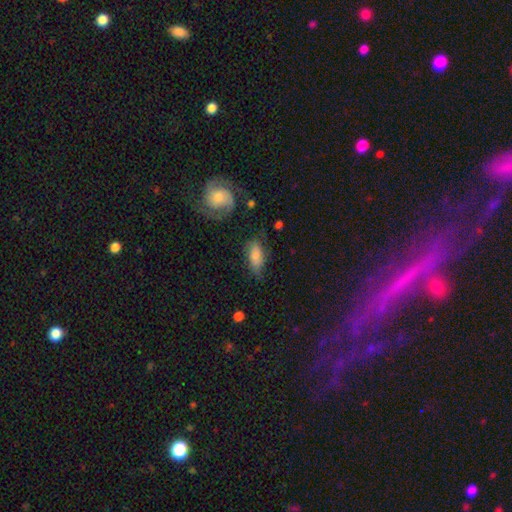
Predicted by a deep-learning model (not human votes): This is likely a smooth galaxy (69%). How rounded: clearly in between (87%). Merging: possibly none (56%).